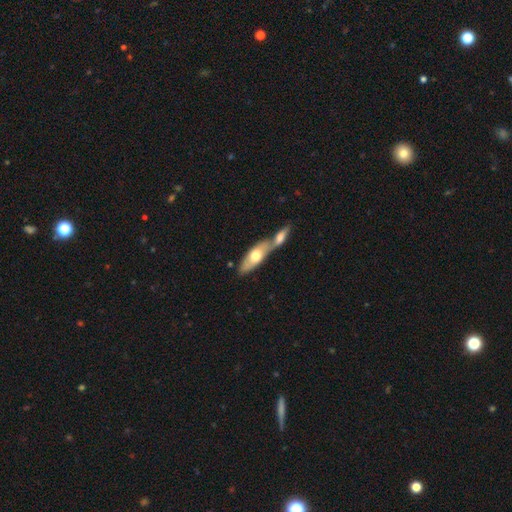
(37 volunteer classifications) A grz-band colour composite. It shows a smooth galaxy with no disk features (59%) that is in between round and cigar-shaped (64%). Merging: merger (68%).